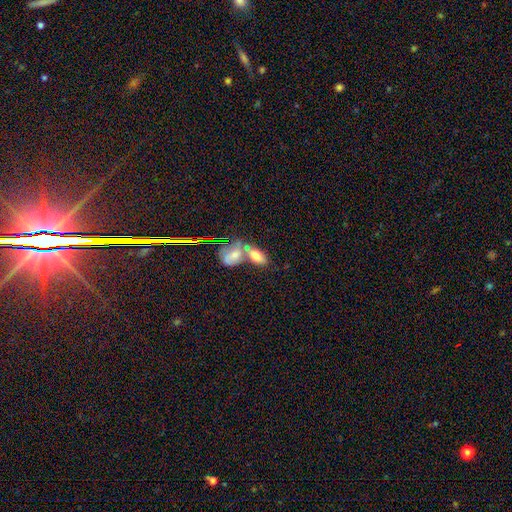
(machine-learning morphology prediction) Smooth or featured?
  - smooth: 71% *
  - featured or disk: 19%
  - star or artifact: 11%
How rounded?
  - in between: 88% *
  - round: 7%
  - cigar-shaped: 6%
Merging?
  - merger: 55% *
  - none: 30%
  - minor disturbance: 10%
  - major disturbance: 5%